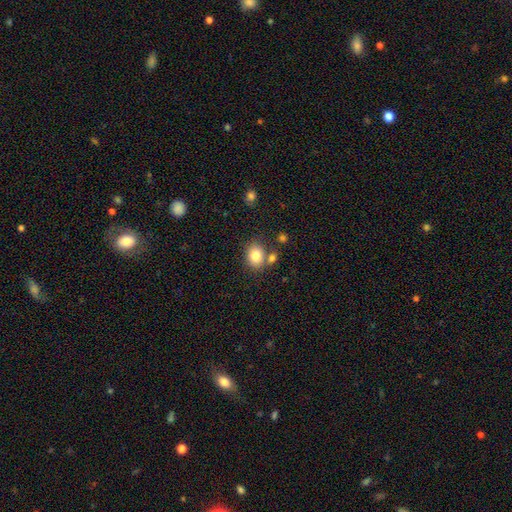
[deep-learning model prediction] Smooth or featured? Predicted: smooth (p=0.82). How rounded? Predicted: round (p=0.52). Merging? Predicted: none (p=0.68).